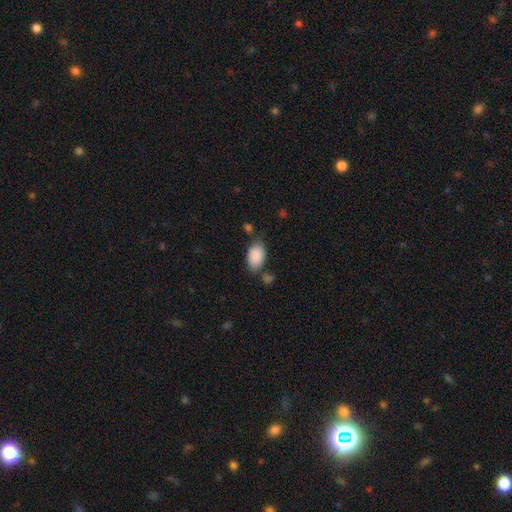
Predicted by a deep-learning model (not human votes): A smooth galaxy with no disk features (89%) that is in between round and cigar-shaped (92%). Merging: none (61%).